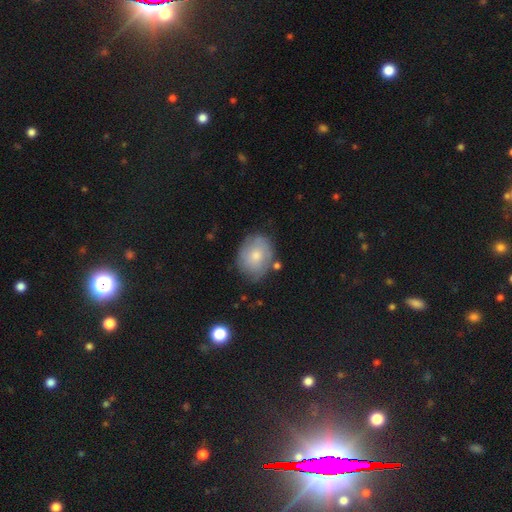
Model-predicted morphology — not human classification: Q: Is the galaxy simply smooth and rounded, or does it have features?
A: smooth — 64%.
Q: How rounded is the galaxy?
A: round — 55%.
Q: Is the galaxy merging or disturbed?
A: none — 70%.